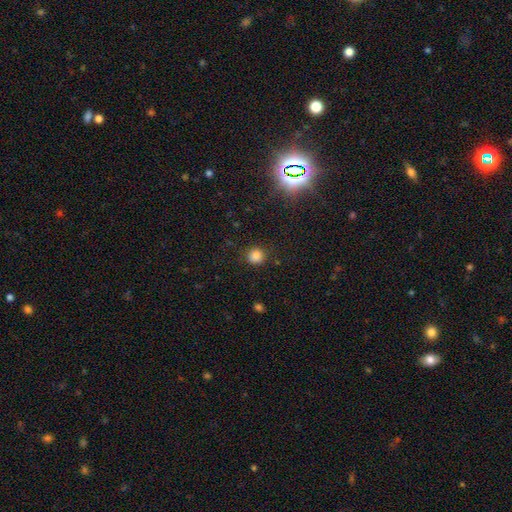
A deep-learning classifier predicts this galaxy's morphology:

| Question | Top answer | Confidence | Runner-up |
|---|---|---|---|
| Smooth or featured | smooth | 83% | star or artifact (13%) |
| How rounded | round | 89% | in between (10%) |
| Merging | none | 86% | minor disturbance (9%) |